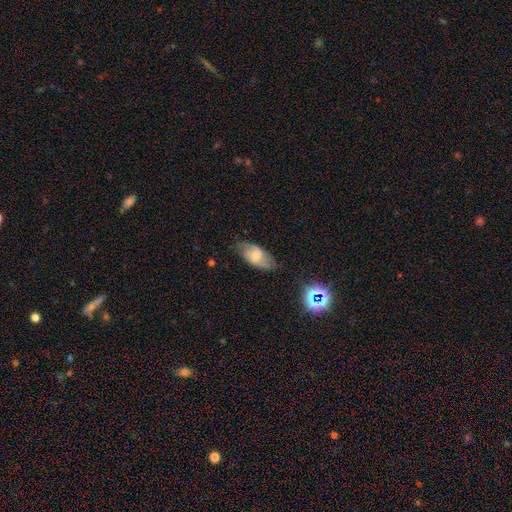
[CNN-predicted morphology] Q: Smooth or featured?
A: smooth (56%); runner-up: featured or disk (34%)
Q: How rounded?
A: in between (89%); runner-up: round (6%)
Q: Merging?
A: none (64%); runner-up: minor disturbance (26%)